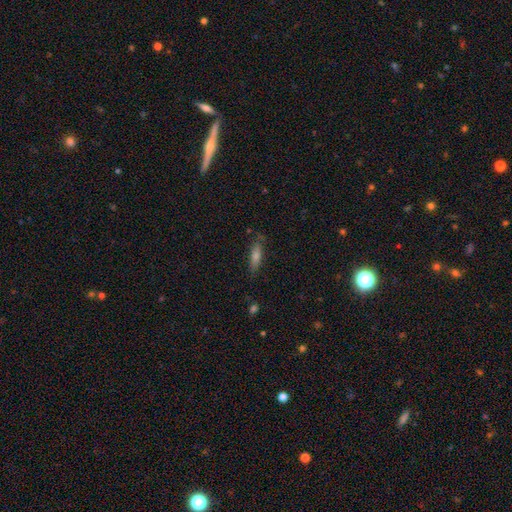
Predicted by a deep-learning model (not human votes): Smooth or featured: smooth — 57% (featured or disk — 30%)
How rounded: cigar-shaped — 64% (in between — 34%)
Merging: none — 77% (minor disturbance — 16%)